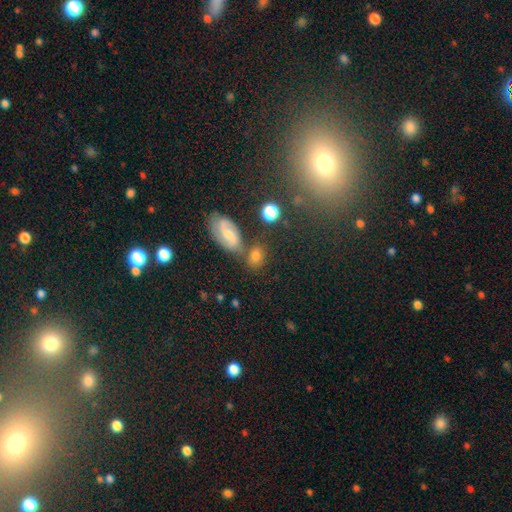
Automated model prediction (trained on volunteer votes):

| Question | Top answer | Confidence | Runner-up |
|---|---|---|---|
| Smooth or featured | smooth | 59% | featured or disk (25%) |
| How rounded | in between | 56% | round (40%) |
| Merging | none | 64% | merger (17%) |